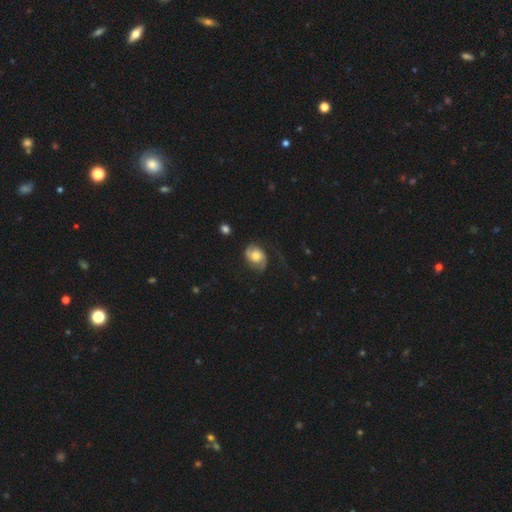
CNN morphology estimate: The model was most divided on "spiral winding": medium: 43%, loose: 30%, tight: 27%. More confident: edge-on disk — no (97%); spiral arms — yes (91%); spiral arm count — 2 (81%); bar — no (70%); smooth or featured — featured or disk (62%); merging — none (59%); bulge size — moderate (52%).